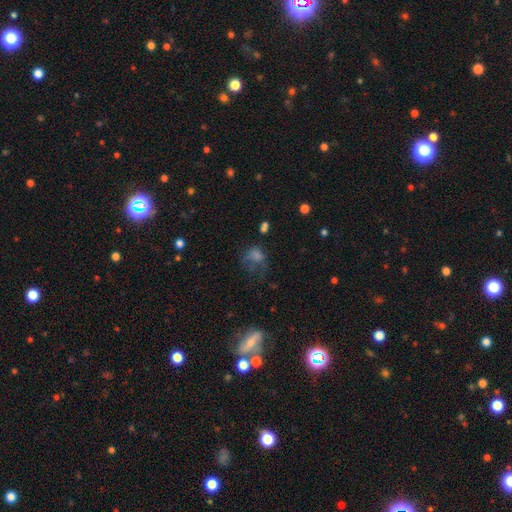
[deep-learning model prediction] The model was most divided on "merging": none: 42%, major disturbance: 32%, minor disturbance: 22%, merger: 4%. More confident: how rounded — round (56%); smooth or featured — smooth (51%).